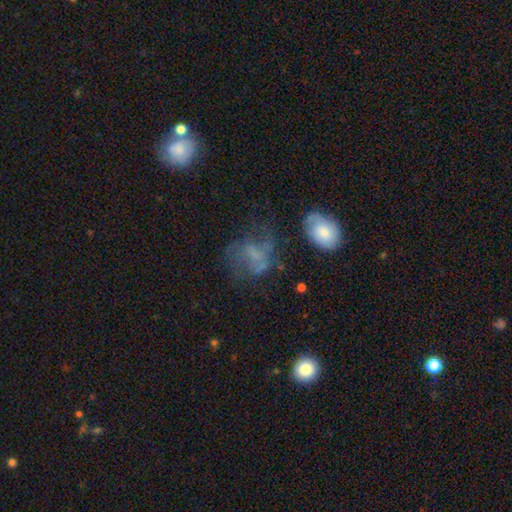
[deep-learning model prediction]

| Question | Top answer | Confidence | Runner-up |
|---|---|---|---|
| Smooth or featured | smooth | 43% | featured or disk (38%) |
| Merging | none | 36% | tied: major disturbance (36%) |